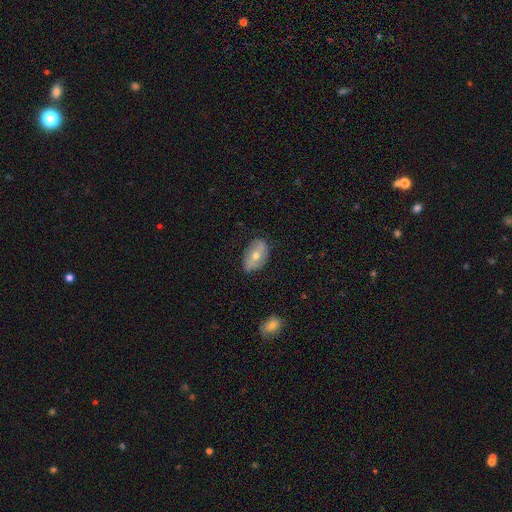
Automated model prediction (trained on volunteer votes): A featured or disk galaxy (48%).

Vote fractions:
- Smooth or featured? featured or disk: 48% / smooth: 43% / star or artifact: 9%
- Merging? none: 75% / minor disturbance: 20% / major disturbance: 4% / merger: 1%